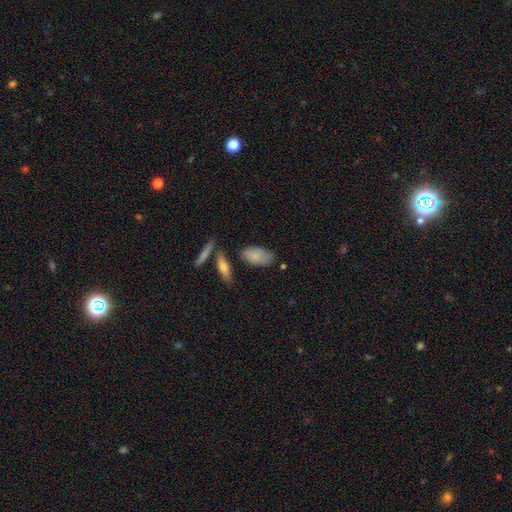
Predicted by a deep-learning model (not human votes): This appears to be a smooth galaxy with no disk features (80%) that is in between round and cigar-shaped (91%). Merging: none (66%).